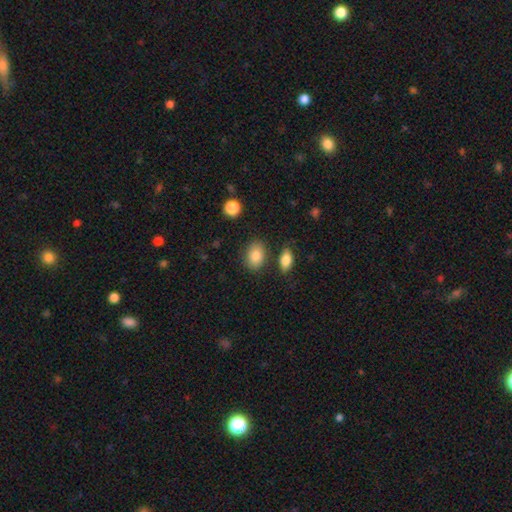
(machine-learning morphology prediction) smooth-or-featured: smooth: 85% | star or artifact: 8% | featured or disk: 7%
  how-rounded: in between: 79% | round: 20% | cigar-shaped: 1%
  merging: none: 79% | minor disturbance: 12% | merger: 6% | major disturbance: 3%